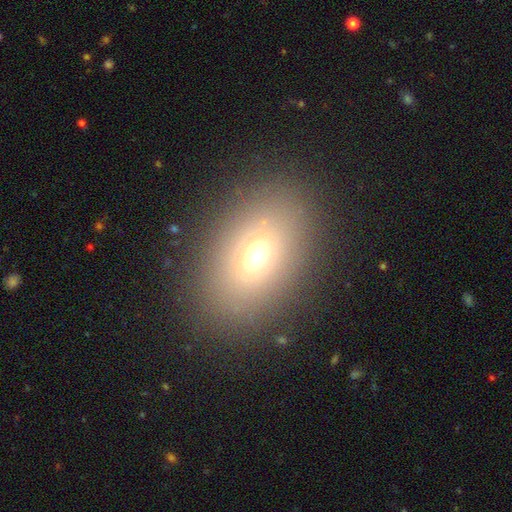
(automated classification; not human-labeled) Smooth or featured? smooth (67%)
How rounded? in between (75%)
Merging? none (86%)